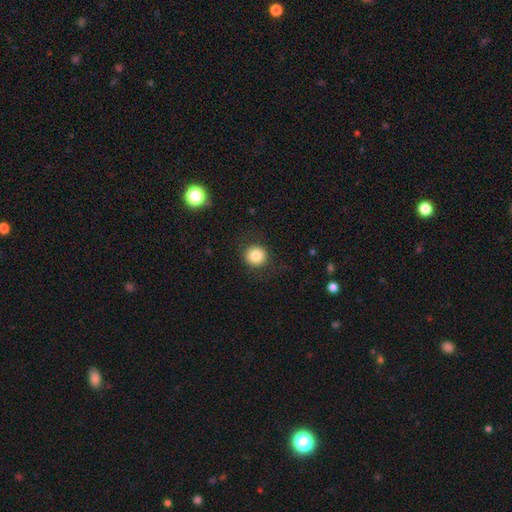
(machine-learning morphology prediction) Smooth or featured? Predicted: smooth (p=0.81). How rounded? Predicted: round (p=0.93). Merging? Predicted: none (p=0.88).